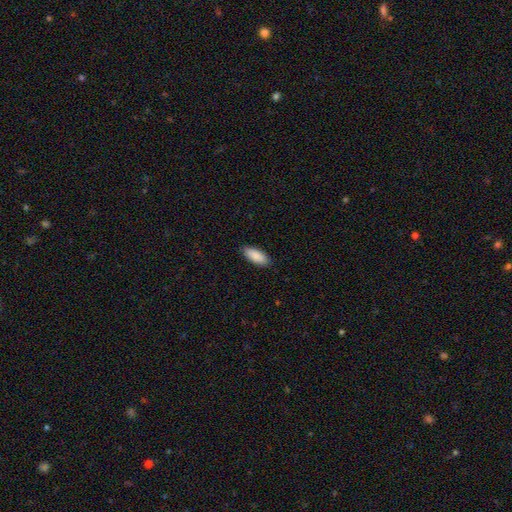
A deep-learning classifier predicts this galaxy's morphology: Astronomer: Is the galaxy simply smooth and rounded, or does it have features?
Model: smooth — 90%.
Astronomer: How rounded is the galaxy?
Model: in between — 83%.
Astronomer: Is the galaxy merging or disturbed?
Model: none — 88%.